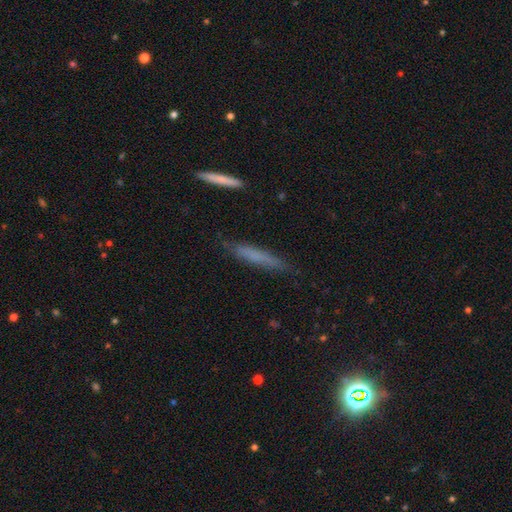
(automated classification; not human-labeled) The model was most divided on "smooth or featured": smooth: 63%, featured or disk: 29%, star or artifact: 8%. More confident: how rounded — cigar-shaped (93%); merging — none (79%).